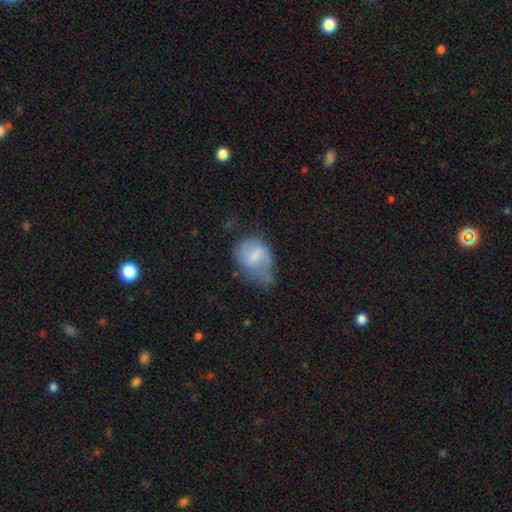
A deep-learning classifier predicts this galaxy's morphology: Smooth or featured? smooth (56%)
How rounded? in between (63%)
Merging? minor disturbance (40%)